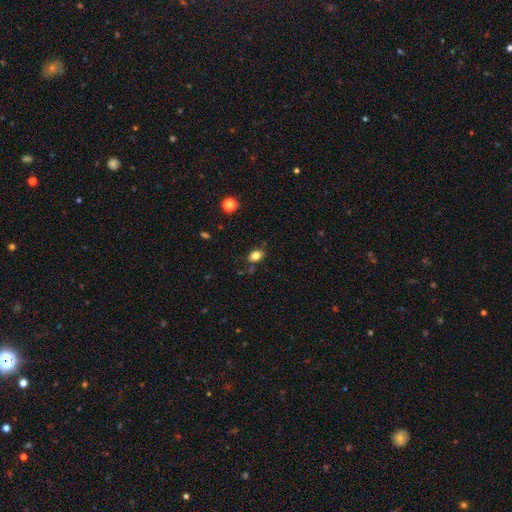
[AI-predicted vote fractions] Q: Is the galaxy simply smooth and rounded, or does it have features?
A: smooth — 81%.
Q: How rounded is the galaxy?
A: in between — 68%.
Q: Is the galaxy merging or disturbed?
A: none — 76%.